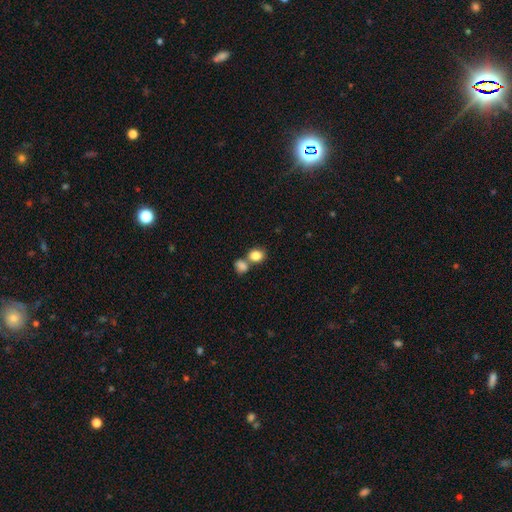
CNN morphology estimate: type=smooth (85%); roundness=round (55%); merging=merger (44%).